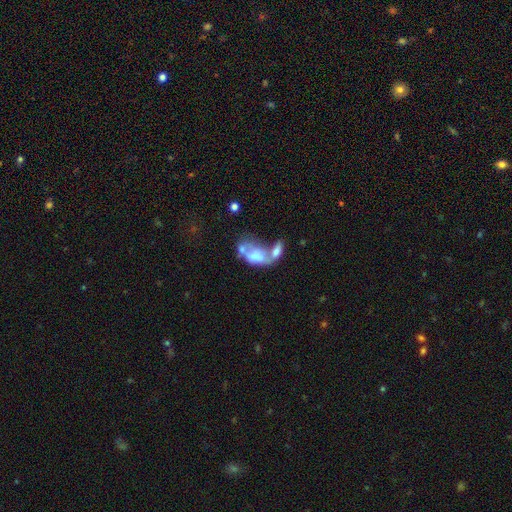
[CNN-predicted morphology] smooth_or_featured: smooth (p=0.48) [alt: featured or disk p=0.43]
merging: merger (p=0.61) [alt: major disturbance p=0.16]